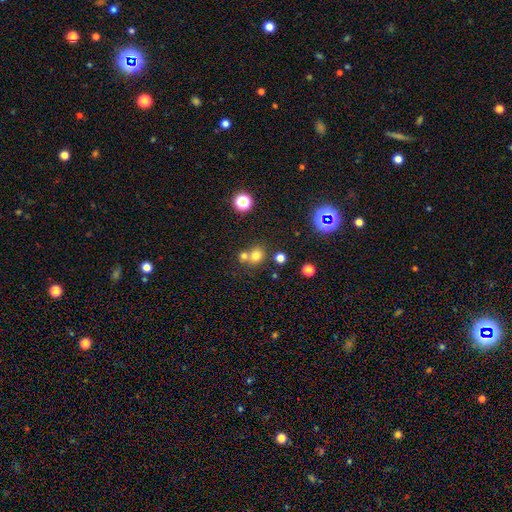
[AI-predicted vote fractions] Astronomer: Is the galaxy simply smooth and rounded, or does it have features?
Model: smooth — 72%.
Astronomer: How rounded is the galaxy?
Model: round — 83%.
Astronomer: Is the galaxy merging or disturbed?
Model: none — 55% (runner-up: merger, 35%).